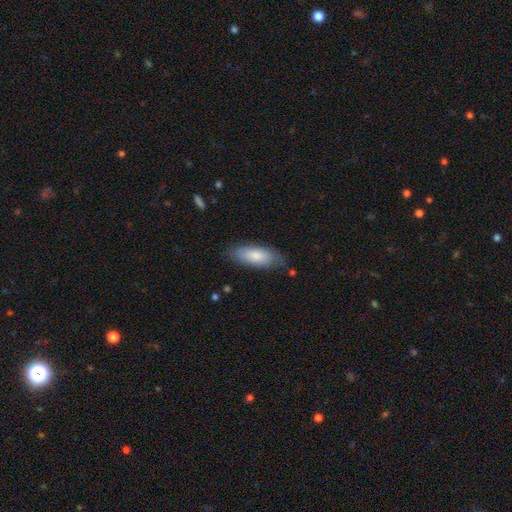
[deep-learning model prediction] Smooth or featured: smooth — 80% (featured or disk — 15%)
How rounded: in between — 69% (cigar-shaped — 29%)
Merging: none — 77% (minor disturbance — 18%)